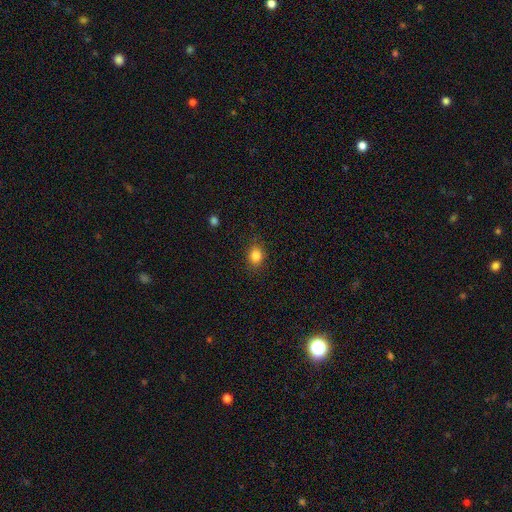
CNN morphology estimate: Q: Smooth or featured?
A: smooth (83%); runner-up: star or artifact (11%)
Q: How rounded?
A: round (55%); runner-up: in between (44%)
Q: Merging?
A: none (86%); runner-up: minor disturbance (11%)